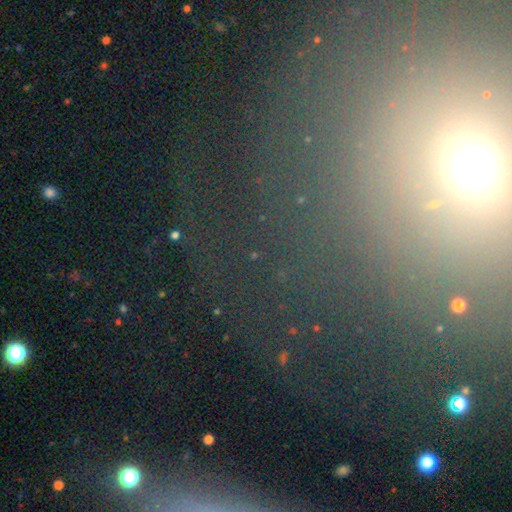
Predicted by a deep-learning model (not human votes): Smooth or featured? star or artifact (71%)